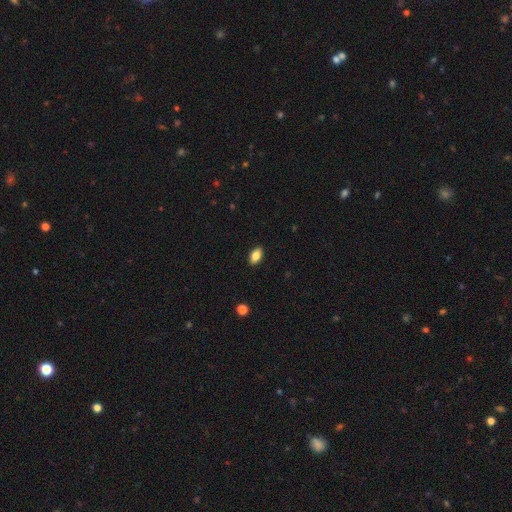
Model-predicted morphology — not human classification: A smooth galaxy with no disk features (83%) that is in between round and cigar-shaped (90%). Merging: none (90%).